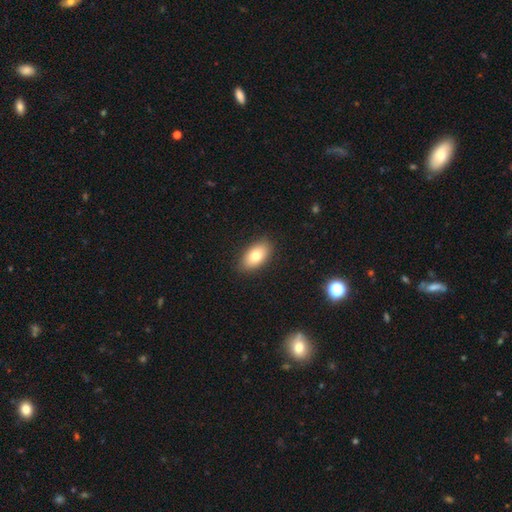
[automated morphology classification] Smooth or featured: smooth — 77% (featured or disk — 15%)
How rounded: in between — 92% (round — 6%)
Merging: none — 88% (minor disturbance — 9%)